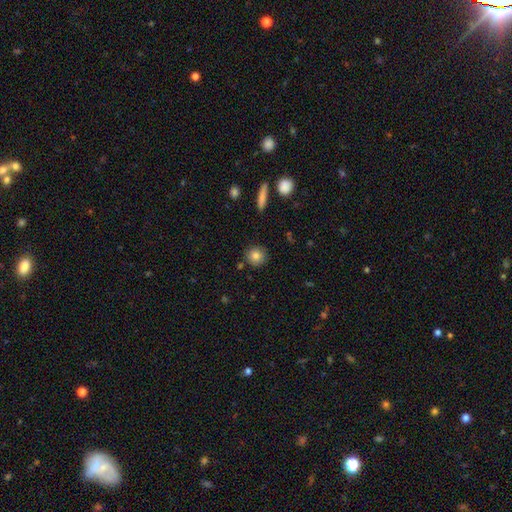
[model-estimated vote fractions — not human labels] smooth 81%, featured or disk 10%, star or artifact 9%. Down the decision tree: how rounded — round (90%); merging — none (86%).